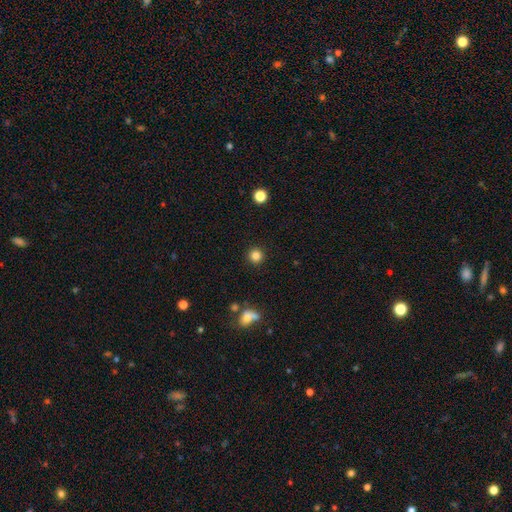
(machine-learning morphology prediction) smooth-or-featured: smooth: 84% | star or artifact: 11% | featured or disk: 5%
  how-rounded: round: 95% | in between: 4% | cigar-shaped: 1%
  merging: none: 92% | minor disturbance: 5% | major disturbance: 2% | merger: 2%